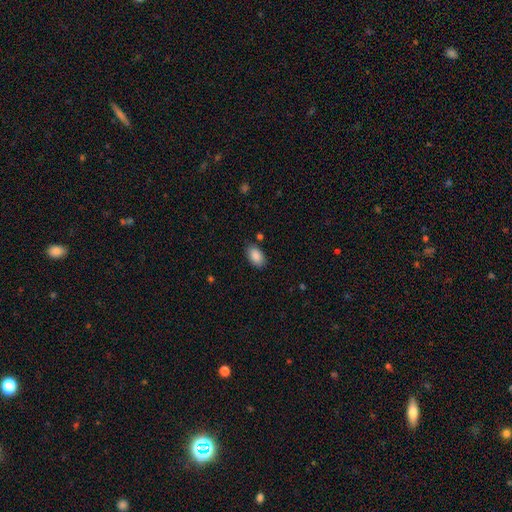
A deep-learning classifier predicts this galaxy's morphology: This is clearly a smooth galaxy (89%). How rounded: clearly in between (93%). Merging: clearly none (83%).